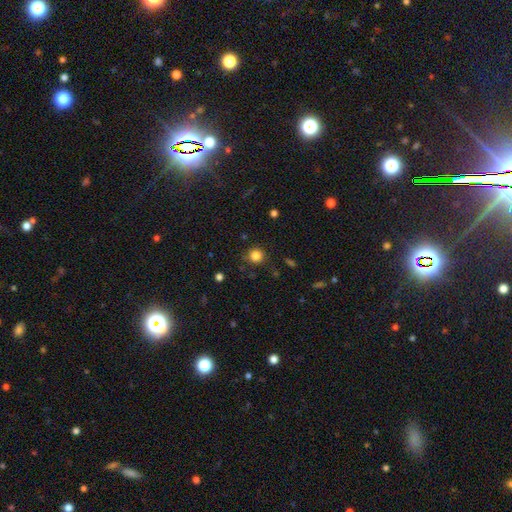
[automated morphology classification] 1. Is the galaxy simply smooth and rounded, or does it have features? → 83% smooth, 13% star or artifact, 4% featured or disk.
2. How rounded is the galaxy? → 92% round, 7% in between, 1% cigar-shaped.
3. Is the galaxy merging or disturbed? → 84% none, 10% minor disturbance, 3% major disturbance, 2% merger.